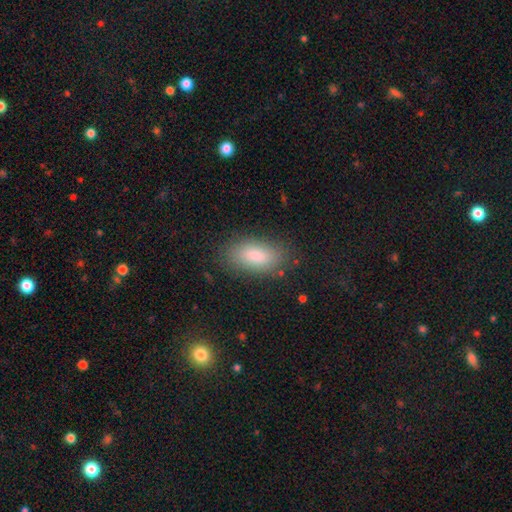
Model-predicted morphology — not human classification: Smooth or featured? smooth (84%)
How rounded? in between (89%)
Merging? none (82%)